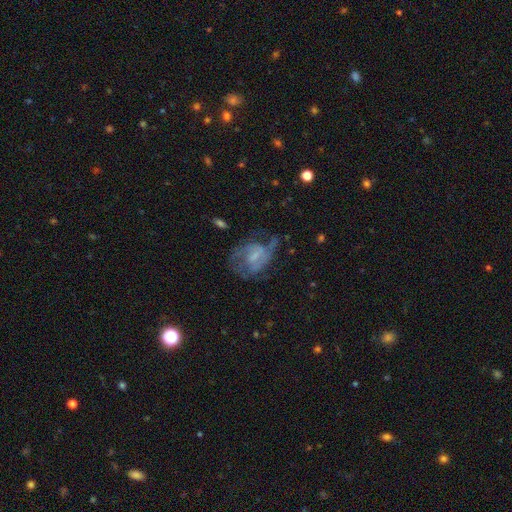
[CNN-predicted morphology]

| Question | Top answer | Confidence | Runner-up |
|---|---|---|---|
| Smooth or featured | featured or disk | 73% | smooth (18%) |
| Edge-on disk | no | 97% | yes (3%) |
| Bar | weak | 53% | no (33%) |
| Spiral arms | yes | 83% | no (17%) |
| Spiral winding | medium | 47% | tight (30%) |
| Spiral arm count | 2 | 54% | can't tell (22%) |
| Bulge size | small | 43% | none (28%) |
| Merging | none | 44% | major disturbance (29%) |